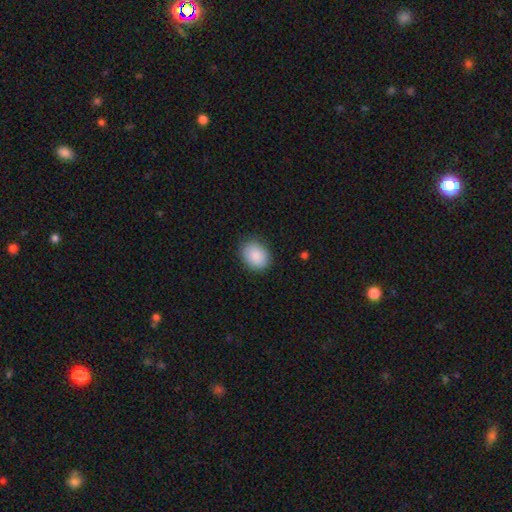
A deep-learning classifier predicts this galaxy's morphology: type=smooth (89%); roundness=in between (55%); merging=none (86%).